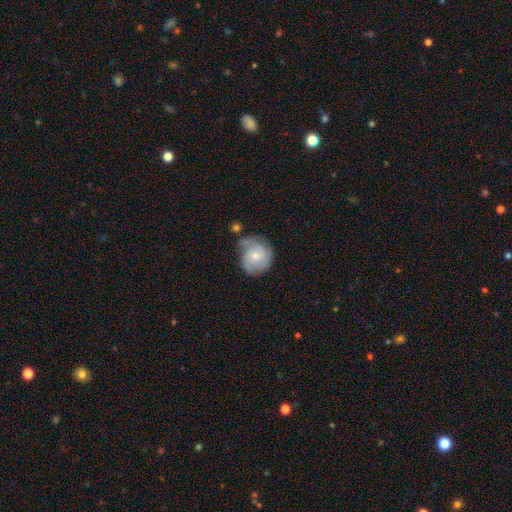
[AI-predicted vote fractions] This appears to be a featured or disk galaxy (61%) with no bar (78%), 3 (31%) tight (55%) spiral arms (89%) and a small central bulge (52%). Merging: none (53%).